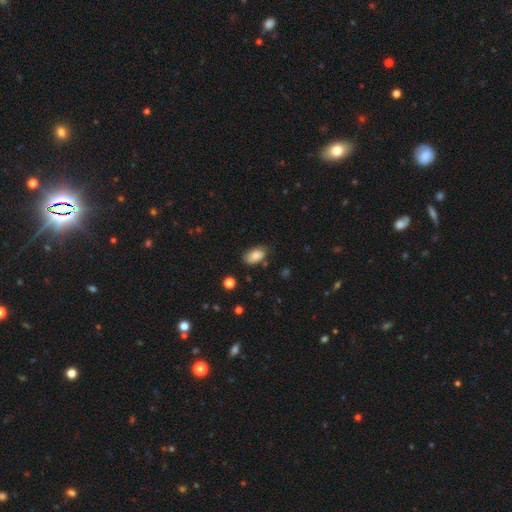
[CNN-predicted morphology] type=smooth (84%); roundness=in between (93%); merging=none (72%).